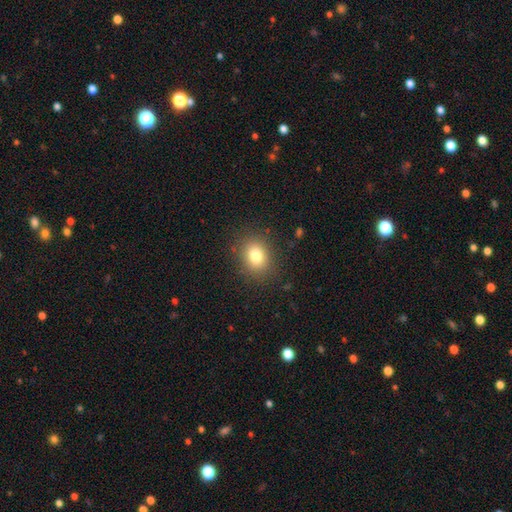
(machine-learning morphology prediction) This is clearly a smooth galaxy (80%). How rounded: possibly round (52%). Merging: clearly none (85%).